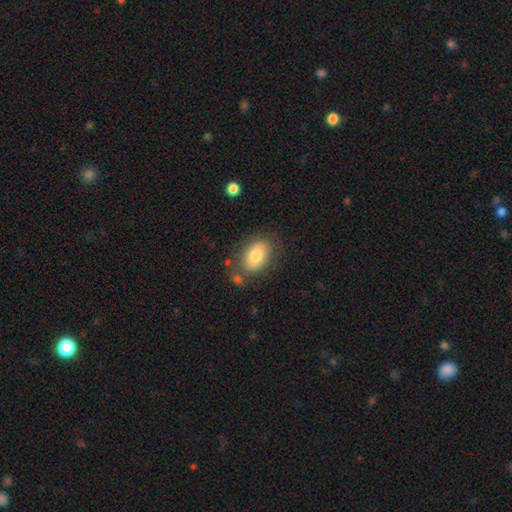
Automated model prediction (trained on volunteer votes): Smooth or featured?
  - smooth: 77% *
  - featured or disk: 16%
  - star or artifact: 7%
How rounded?
  - in between: 83% *
  - round: 16%
  - cigar-shaped: 1%
Merging?
  - none: 75% *
  - minor disturbance: 15%
  - merger: 5%
  - major disturbance: 5%